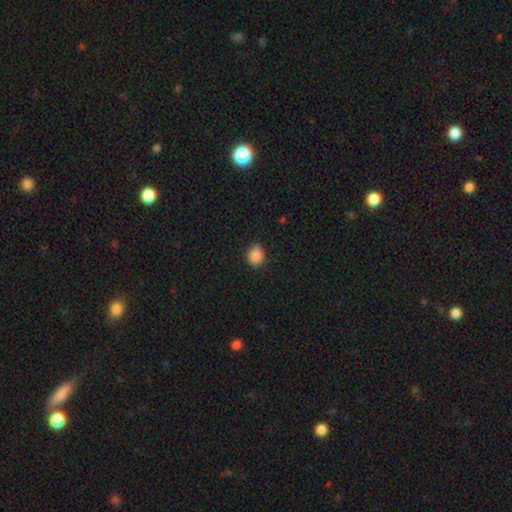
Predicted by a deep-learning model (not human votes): smooth 88%, star or artifact 9%, featured or disk 3%. Down the decision tree: how rounded — round (61%); merging — none (83%).